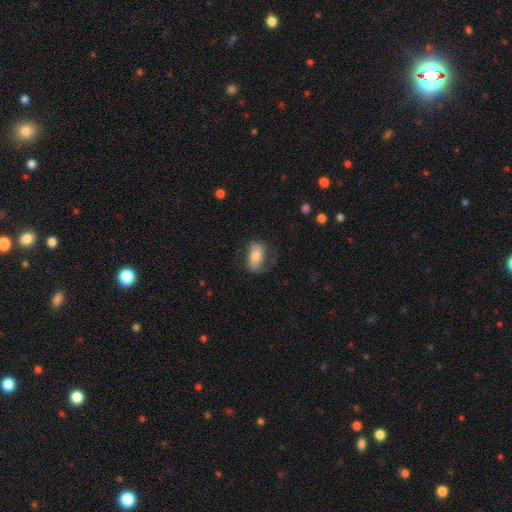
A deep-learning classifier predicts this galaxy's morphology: Smooth or featured? smooth (52%)
How rounded? in between (87%)
Merging? none (56%)